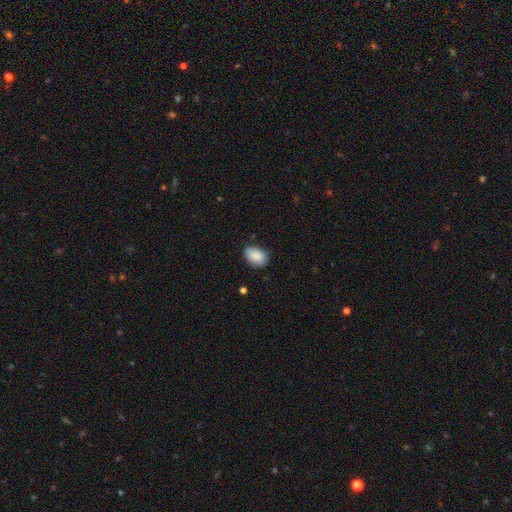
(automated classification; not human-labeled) This appears to be a smooth galaxy with no disk features (88%) that is in between round and cigar-shaped (85%). Merging: none (73%).